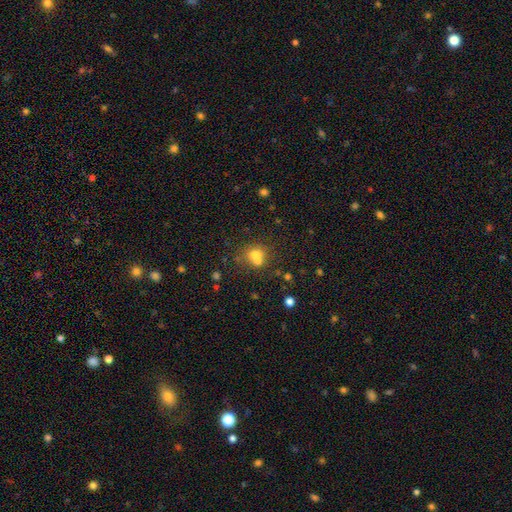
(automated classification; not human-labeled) Overall: smooth (68%). How rounded: round (77%). Merging: merger (44%; none 43%).